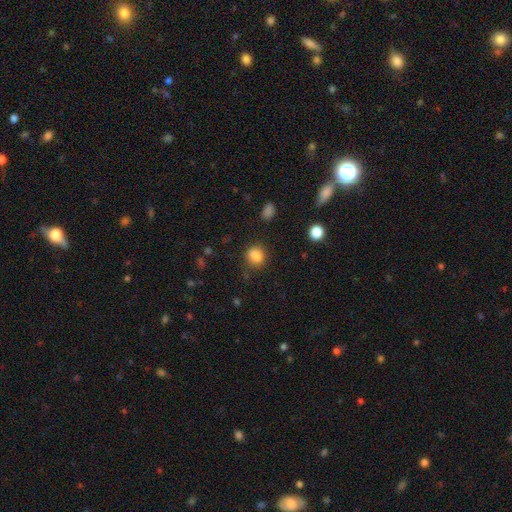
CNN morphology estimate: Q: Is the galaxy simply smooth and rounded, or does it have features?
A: smooth — 84%.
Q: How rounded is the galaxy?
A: round — 71%.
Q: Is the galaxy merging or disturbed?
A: none — 75%.